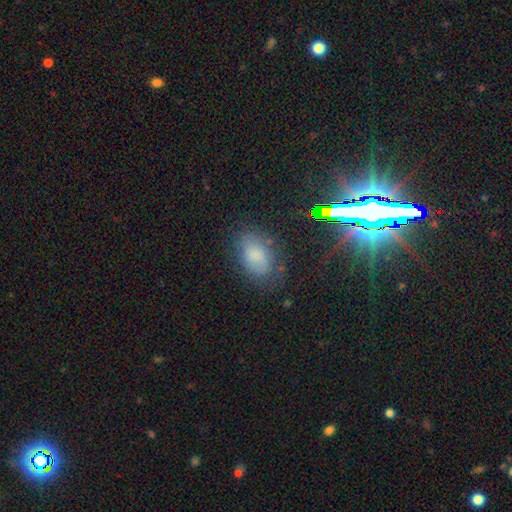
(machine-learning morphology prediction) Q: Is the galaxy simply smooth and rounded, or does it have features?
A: smooth — 71%.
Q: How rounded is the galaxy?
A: in between — 88%.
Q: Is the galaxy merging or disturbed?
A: none — 71%.